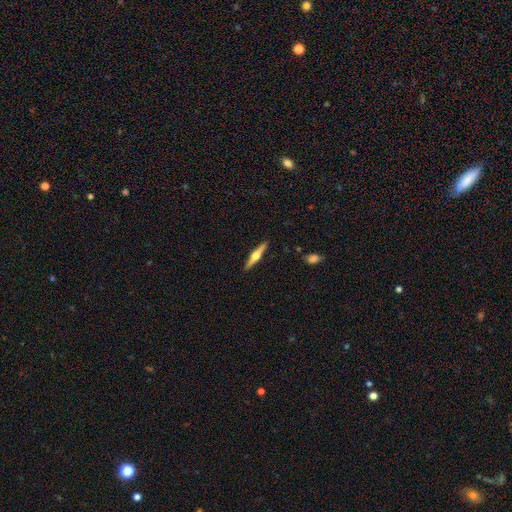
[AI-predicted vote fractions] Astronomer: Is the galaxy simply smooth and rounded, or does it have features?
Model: featured or disk — 69%.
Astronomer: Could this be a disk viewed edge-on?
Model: yes — 98%.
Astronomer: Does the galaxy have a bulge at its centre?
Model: rounded — 95%.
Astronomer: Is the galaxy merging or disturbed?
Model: none — 91%.